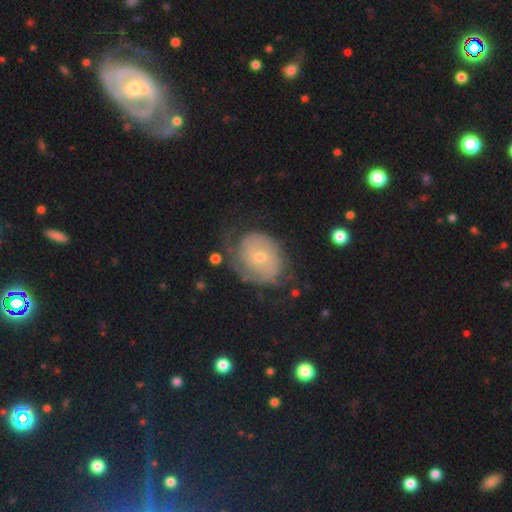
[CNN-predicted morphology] This appears to be a featured or disk galaxy (70%) with no bar (72%), 2 (38%) tight (63%) spiral arms (88%) and a small central bulge (64%). Merging: none (63%).